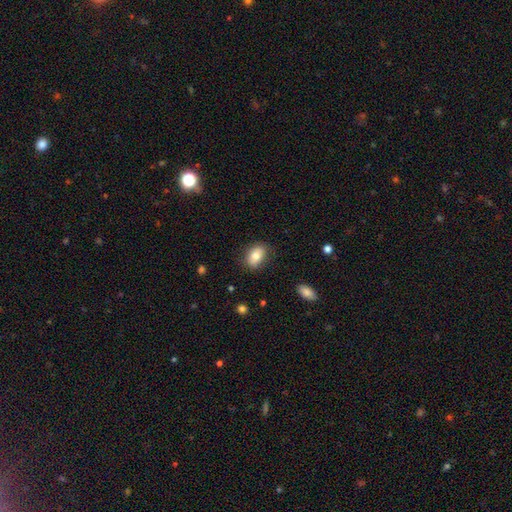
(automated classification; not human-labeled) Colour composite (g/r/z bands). It shows a smooth galaxy with no disk features (80%) that is in between round and cigar-shaped (84%). Merging: none (83%).